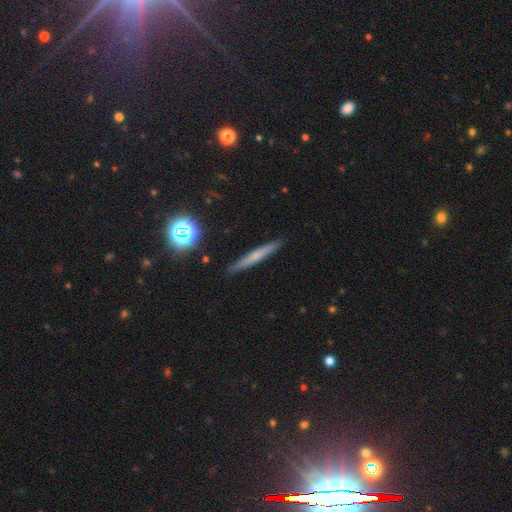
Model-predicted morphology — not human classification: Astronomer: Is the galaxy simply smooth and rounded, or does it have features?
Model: smooth — 47% (runner-up: featured or disk, 42%).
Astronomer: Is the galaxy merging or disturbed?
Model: none — 90%.